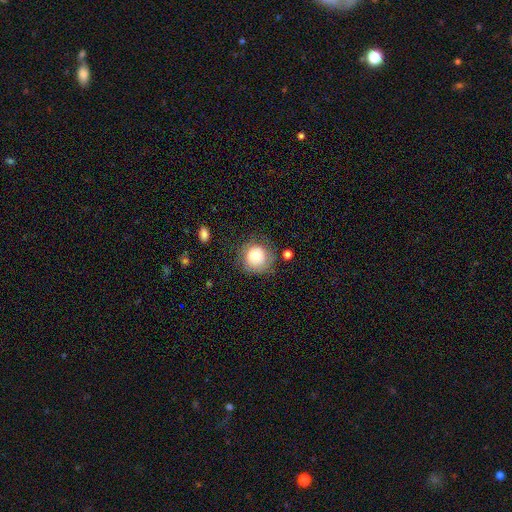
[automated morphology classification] The model was most divided on "merging": none: 68%, minor disturbance: 20%, major disturbance: 10%, merger: 3%. More confident: how rounded — round (90%); smooth or featured — smooth (71%).